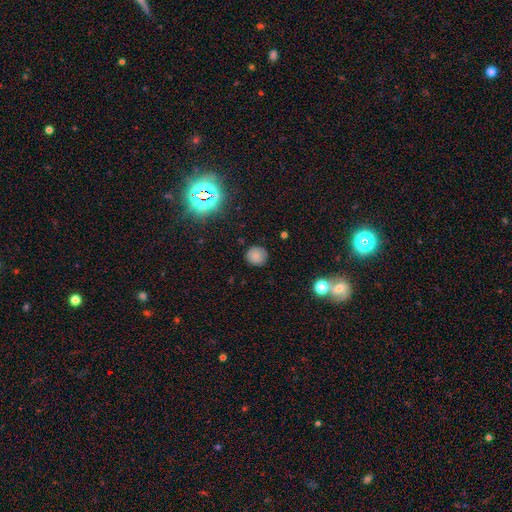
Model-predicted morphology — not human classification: Smooth or featured? smooth (78%)
How rounded? round (91%)
Merging? none (87%)